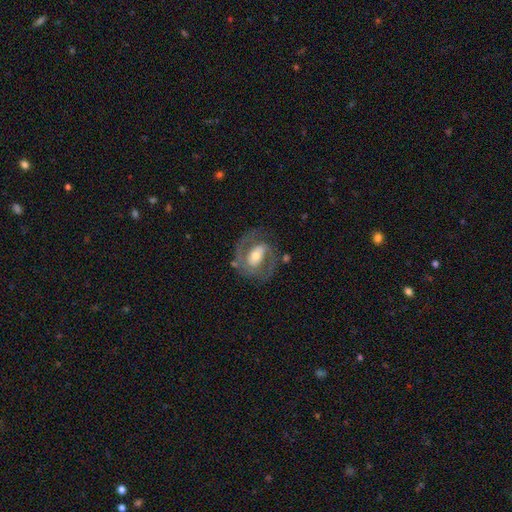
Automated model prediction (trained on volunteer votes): Smooth or featured?
  - featured or disk: 83% *
  - smooth: 12%
  - star or artifact: 5%
Edge-on disk?
  - no: 97% *
  - yes: 3%
Bar?
  - weak: 38% *
  - strong: 32%
  - no: 30%
Spiral arms?
  - yes: 90% *
  - no: 10%
Spiral winding?
  - medium: 52% *
  - tight: 33%
  - loose: 14%
Spiral arm count?
  - 2: 84% *
  - can't tell: 6%
  - 1: 5%
  - 3: 2%
  - 4: 1%
  - more than 4: 1%
Bulge size?
  - moderate: 60% *
  - small: 25%
  - large: 12%
  - none: 1%
  - dominant: 1%
Merging?
  - none: 69% *
  - minor disturbance: 16%
  - major disturbance: 12%
  - merger: 3%